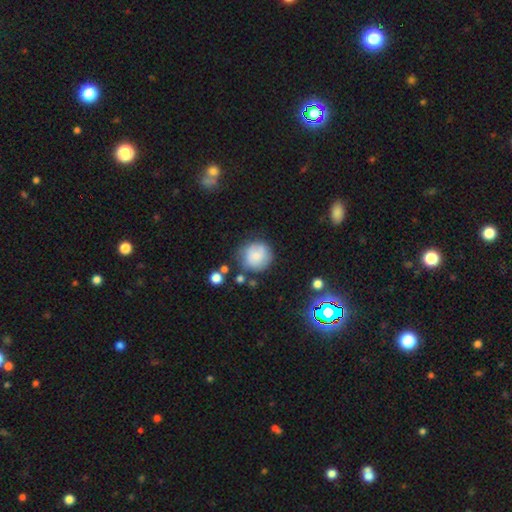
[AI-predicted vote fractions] The model was most divided on "merging": none: 66%, minor disturbance: 20%, major disturbance: 7%, merger: 6%. More confident: how rounded — round (90%); smooth or featured — smooth (73%).